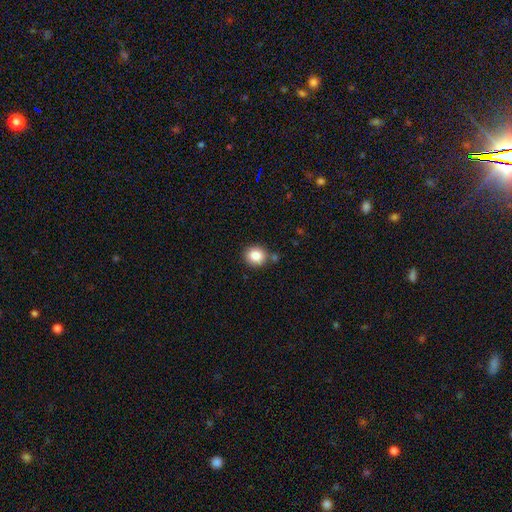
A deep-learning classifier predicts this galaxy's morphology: smooth_or_featured: smooth (p=0.85) [alt: star or artifact p=0.10]
how_rounded: round (p=0.78) [alt: in between p=0.21]
merging: none (p=0.79) [alt: minor disturbance p=0.10]